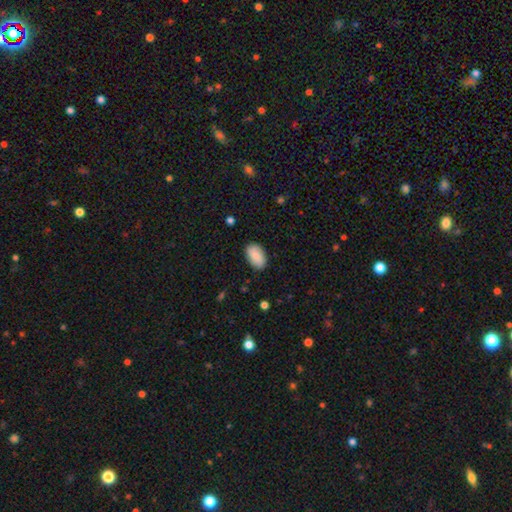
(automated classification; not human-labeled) smooth_or_featured: smooth (p=0.84) [alt: featured or disk p=0.10]
how_rounded: in between (p=0.93) [alt: round p=0.06]
merging: none (p=0.86) [alt: minor disturbance p=0.11]